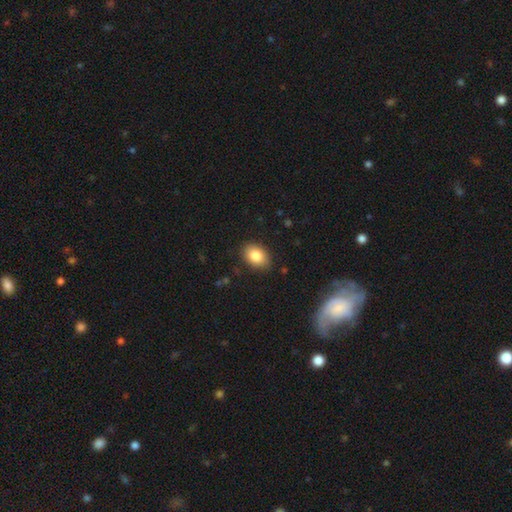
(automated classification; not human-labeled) A smooth galaxy with no disk features (85%) that is in between round and cigar-shaped (81%). Merging: none (86%).